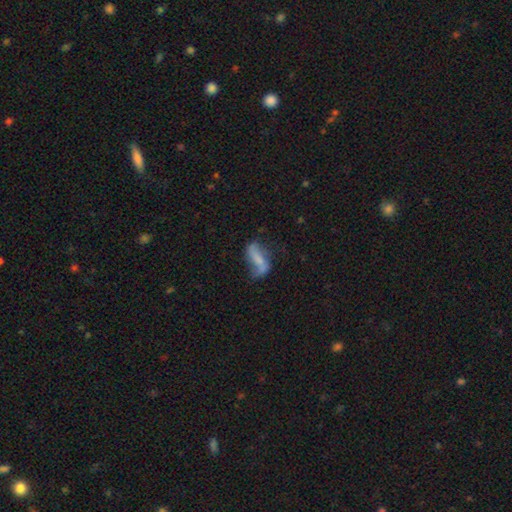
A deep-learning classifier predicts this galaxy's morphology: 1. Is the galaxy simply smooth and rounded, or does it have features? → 57% featured or disk, 32% smooth, 11% star or artifact.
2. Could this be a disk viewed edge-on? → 89% no, 11% yes.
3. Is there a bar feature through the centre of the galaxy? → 37% strong, 33% no, 30% weak.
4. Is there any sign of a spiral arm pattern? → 75% yes, 25% no.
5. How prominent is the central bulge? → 44% none, 37% small, 15% moderate, 3% large, 2% dominant.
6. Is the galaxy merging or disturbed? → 49% none, 26% minor disturbance, 19% major disturbance, 6% merger.